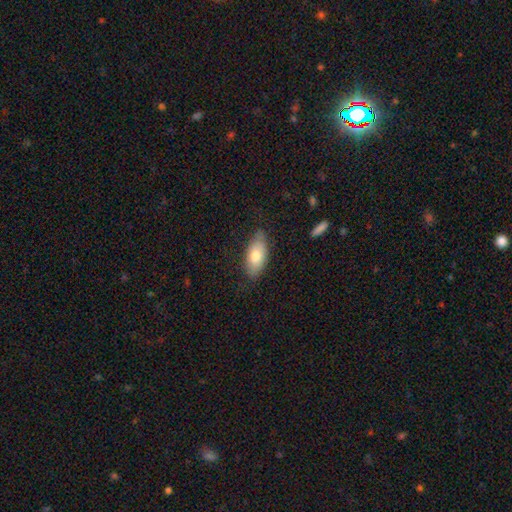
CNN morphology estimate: Smooth or featured? smooth (76%)
How rounded? in between (89%)
Merging? none (79%)